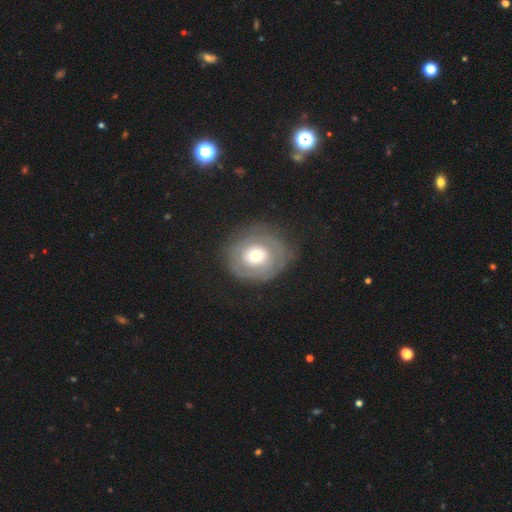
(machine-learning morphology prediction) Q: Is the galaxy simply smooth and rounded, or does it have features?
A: featured or disk — 62%.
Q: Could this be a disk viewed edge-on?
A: no — 96%.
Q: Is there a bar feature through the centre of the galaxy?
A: no — 84%.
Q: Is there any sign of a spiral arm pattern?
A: yes — 57%.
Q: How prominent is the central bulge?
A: moderate — 63%.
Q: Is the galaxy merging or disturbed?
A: none — 73%.